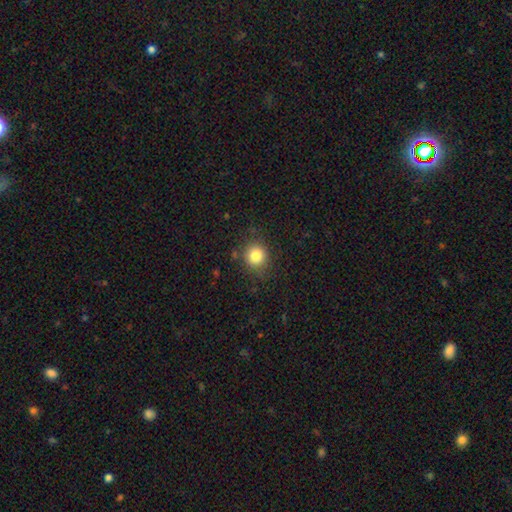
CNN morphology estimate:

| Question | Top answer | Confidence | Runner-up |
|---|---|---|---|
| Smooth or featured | smooth | 83% | star or artifact (12%) |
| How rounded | round | 88% | in between (11%) |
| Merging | none | 83% | minor disturbance (11%) |